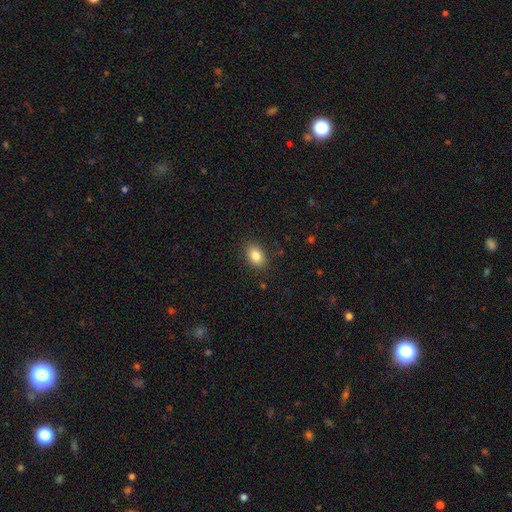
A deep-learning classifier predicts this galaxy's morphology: smooth-or-featured: smooth: 85% | star or artifact: 9% | featured or disk: 7%
  how-rounded: in between: 85% | round: 13% | cigar-shaped: 2%
  merging: none: 87% | minor disturbance: 9% | major disturbance: 3% | merger: 1%